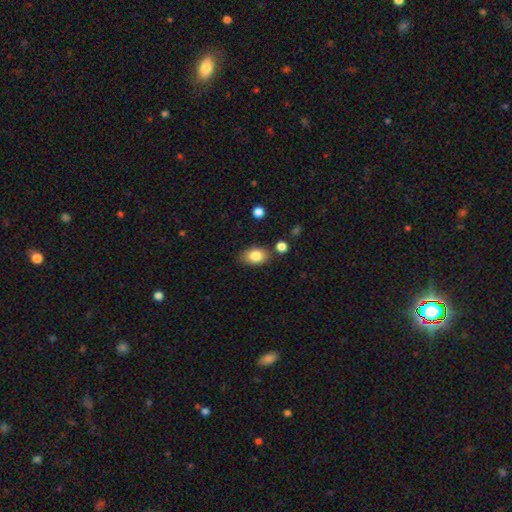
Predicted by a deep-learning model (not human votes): A smooth galaxy with no disk features (83%) that is in between round and cigar-shaped (85%). Merging: none (78%).